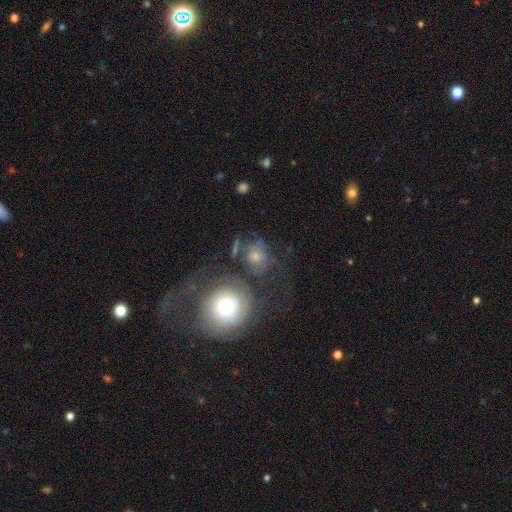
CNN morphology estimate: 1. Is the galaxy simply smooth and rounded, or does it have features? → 47% smooth, 41% featured or disk, 12% star or artifact.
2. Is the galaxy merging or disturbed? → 42% none, 22% major disturbance, 18% minor disturbance, 17% merger.